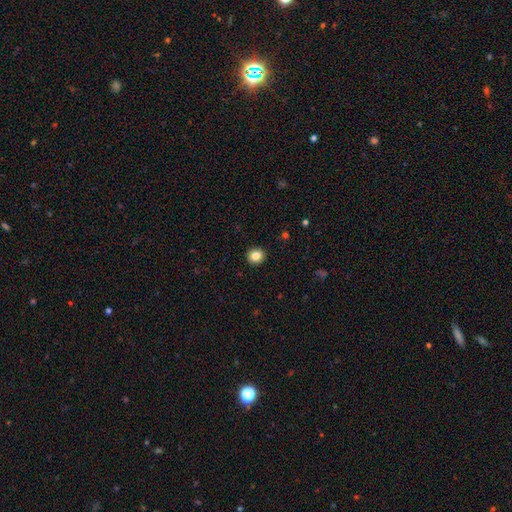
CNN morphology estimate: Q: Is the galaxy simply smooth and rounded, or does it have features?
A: smooth — 84%.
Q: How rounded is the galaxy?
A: round — 87%.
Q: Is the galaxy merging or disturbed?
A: none — 92%.